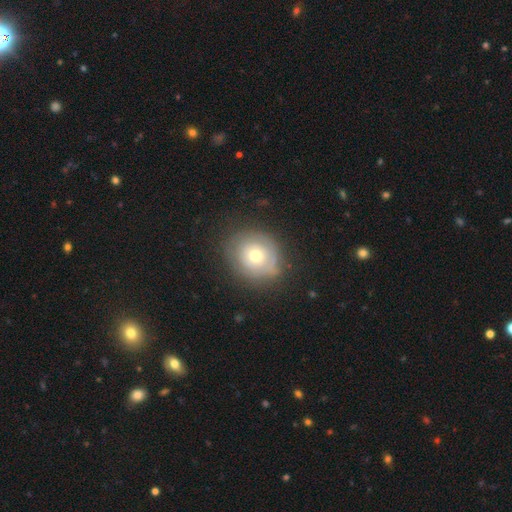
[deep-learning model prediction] This appears to be a smooth galaxy with no disk features (49%). Merging: none (75%).